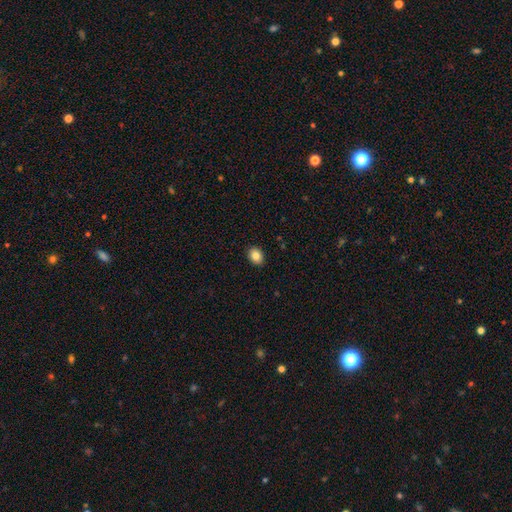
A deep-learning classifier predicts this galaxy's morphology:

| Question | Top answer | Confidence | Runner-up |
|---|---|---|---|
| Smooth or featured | smooth | 85% | star or artifact (9%) |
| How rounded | in between | 58% | round (41%) |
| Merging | none | 91% | minor disturbance (7%) |